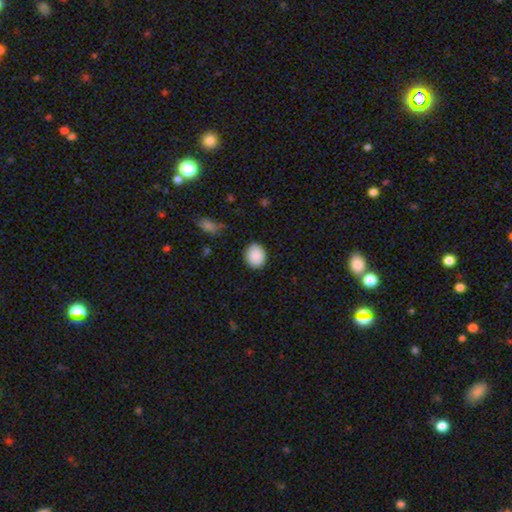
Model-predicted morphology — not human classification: smooth-or-featured: smooth: 90% | star or artifact: 7% | featured or disk: 3%
  how-rounded: round: 63% | in between: 36% | cigar-shaped: 1%
  merging: none: 88% | minor disturbance: 8% | major disturbance: 2% | merger: 1%